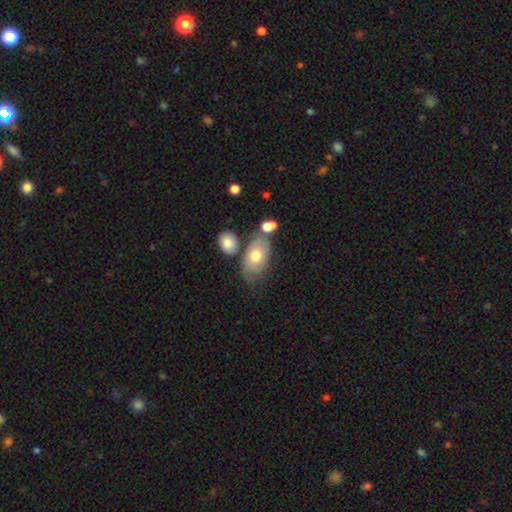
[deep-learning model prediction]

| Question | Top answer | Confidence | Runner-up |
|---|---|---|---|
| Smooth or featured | smooth | 64% | featured or disk (30%) |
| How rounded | in between | 90% | round (7%) |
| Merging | none | 53% | minor disturbance (21%) |